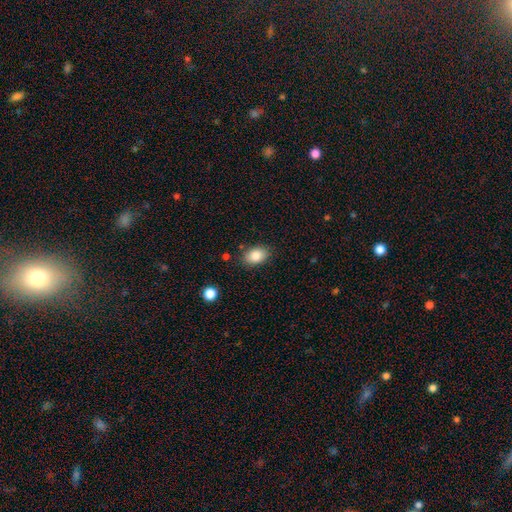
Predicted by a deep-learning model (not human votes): smooth-or-featured: smooth: 85% | star or artifact: 8% | featured or disk: 7%
  how-rounded: in between: 84% | round: 15% | cigar-shaped: 1%
  merging: none: 83% | minor disturbance: 12% | major disturbance: 3% | merger: 2%